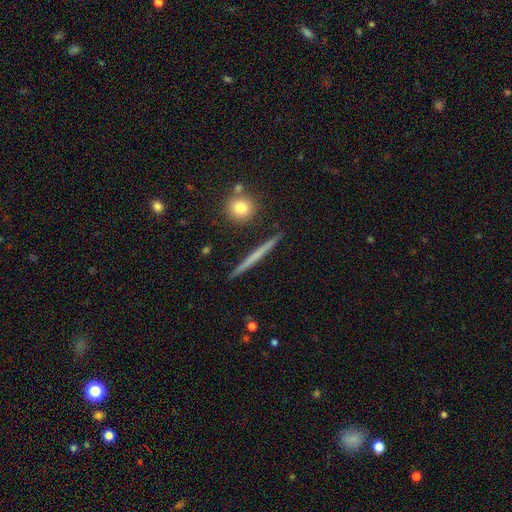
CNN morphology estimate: Smooth or featured? Predicted: featured or disk (p=0.52). Edge-on disk? Predicted: yes (p=0.97). Edge-on bulge? Predicted: none (p=0.87). Merging? Predicted: none (p=0.91).